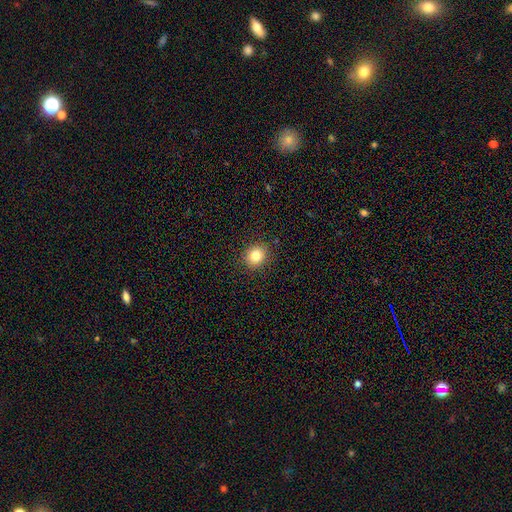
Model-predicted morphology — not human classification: Smooth or featured: smooth — 82% (star or artifact — 12%)
How rounded: round — 78% (in between — 21%)
Merging: none — 90% (minor disturbance — 7%)